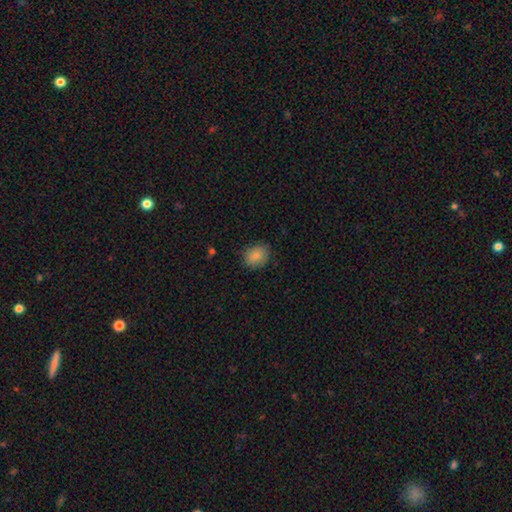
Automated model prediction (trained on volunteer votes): The model was most divided on "how rounded": in between: 58%, round: 41%, cigar-shaped: 1%. More confident: smooth or featured — smooth (85%); merging — none (81%).